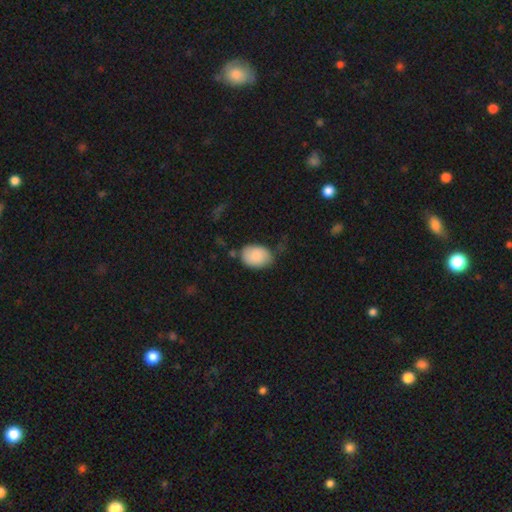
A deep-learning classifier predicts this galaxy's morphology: A smooth galaxy with no disk features (84%) that is in between round and cigar-shaped (70%). Merging: none (51%).